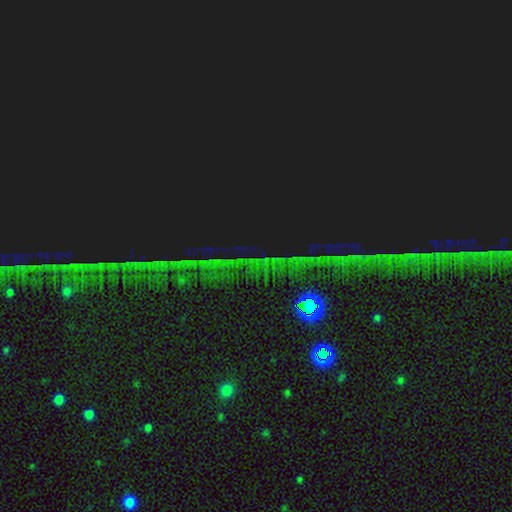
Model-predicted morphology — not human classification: Smooth or featured? star or artifact (86%)